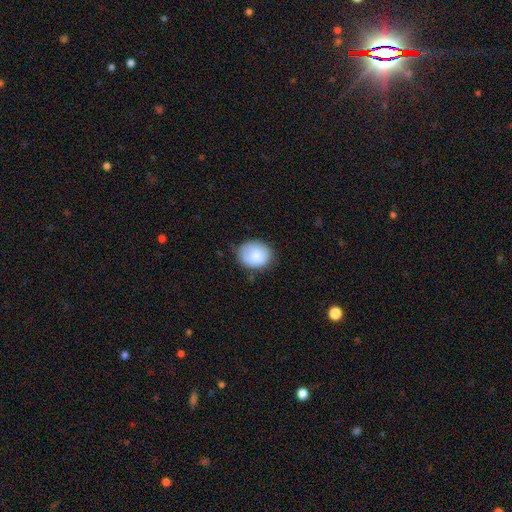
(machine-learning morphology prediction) Smooth or featured?
  - smooth: 84% *
  - featured or disk: 9%
  - star or artifact: 7%
How rounded?
  - round: 51% *
  - in between: 48%
  - cigar-shaped: 1%
Merging?
  - none: 72% *
  - minor disturbance: 22%
  - major disturbance: 5%
  - merger: 1%